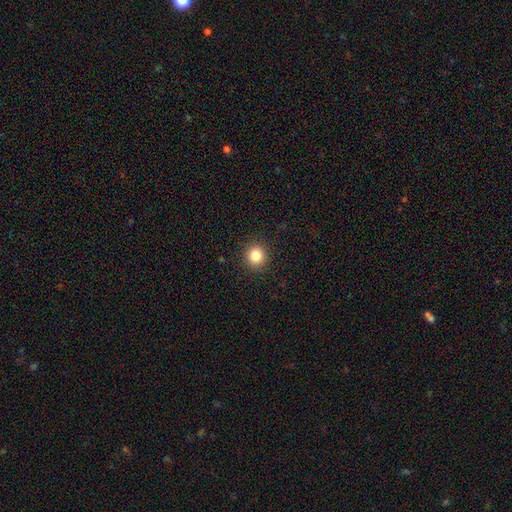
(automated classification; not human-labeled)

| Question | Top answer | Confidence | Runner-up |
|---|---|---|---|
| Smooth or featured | smooth | 84% | star or artifact (11%) |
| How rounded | round | 92% | in between (7%) |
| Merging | none | 92% | minor disturbance (5%) |